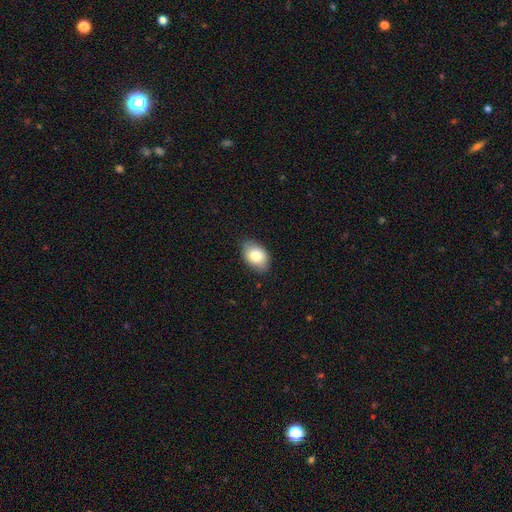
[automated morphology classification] Smooth or featured? Predicted: smooth (p=0.82). How rounded? Predicted: in between (p=0.90). Merging? Predicted: none (p=0.84).